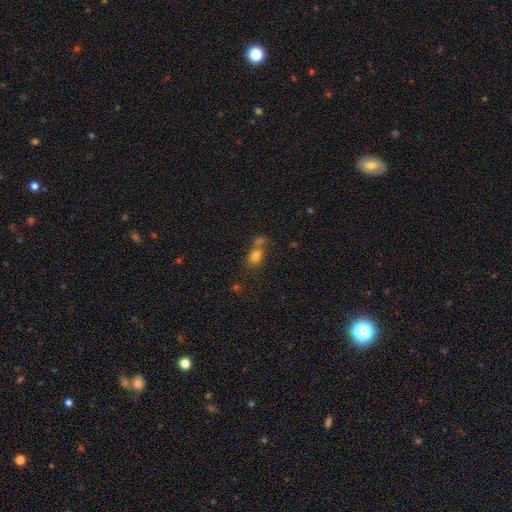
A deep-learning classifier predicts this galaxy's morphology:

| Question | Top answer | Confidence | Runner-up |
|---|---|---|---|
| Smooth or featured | smooth | 76% | star or artifact (13%) |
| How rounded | in between | 68% | round (30%) |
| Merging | merger | 44% | none (37%) |